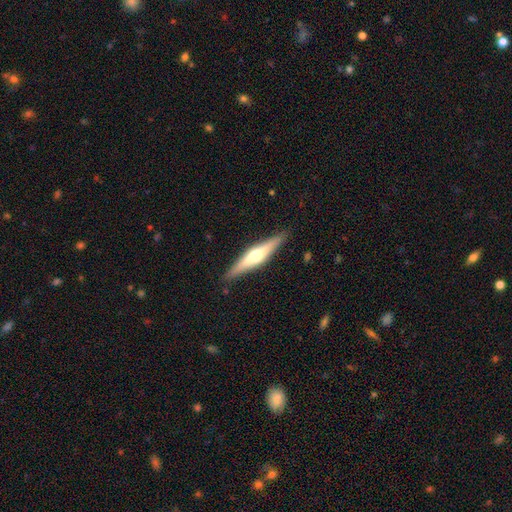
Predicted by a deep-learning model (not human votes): Smooth or featured: featured or disk — 64% (smooth — 31%)
Edge-on disk: yes — 96% (no — 4%)
Edge-on bulge: rounded — 91% (boxy — 5%)
Merging: none — 89% (minor disturbance — 8%)